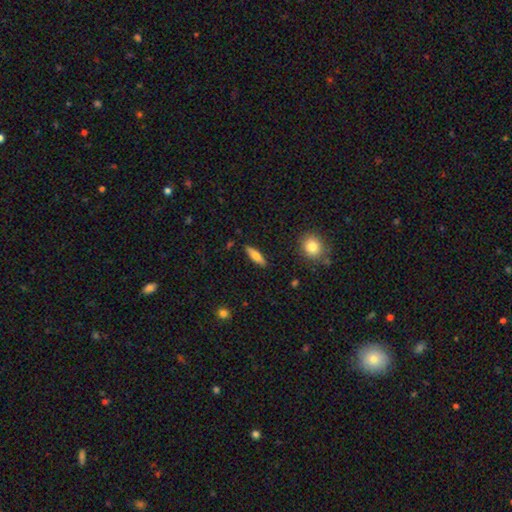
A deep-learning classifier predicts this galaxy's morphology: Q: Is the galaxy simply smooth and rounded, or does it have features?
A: smooth — 61%.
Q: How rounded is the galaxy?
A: cigar-shaped — 62%.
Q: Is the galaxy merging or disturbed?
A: none — 89%.